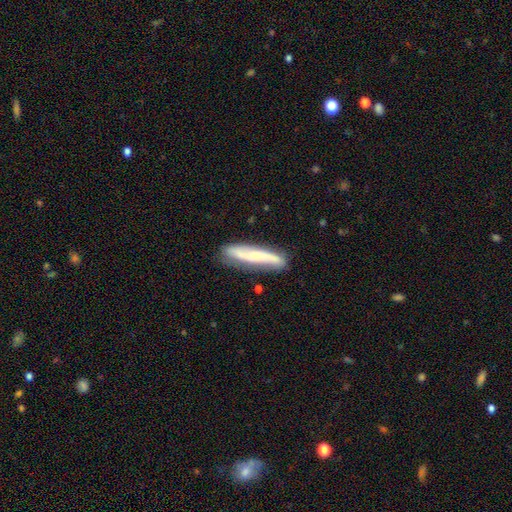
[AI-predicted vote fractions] This is possibly a featured or disk galaxy (58%). It is possibly not viewed edge-on (52%). Merging: likely none (77%).